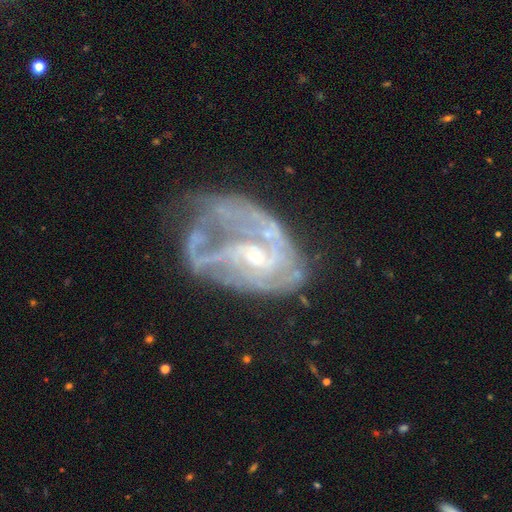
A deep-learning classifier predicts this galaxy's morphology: A featured or disk galaxy (81%) with no bar (56%), medium (40%) spiral arms (77%) and a small central bulge (68%). Merging: major disturbance (47%).